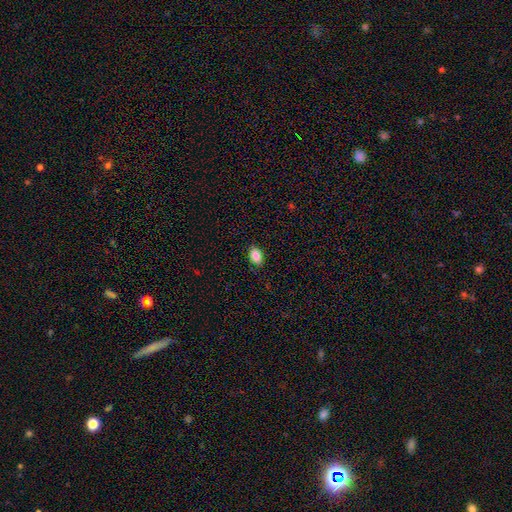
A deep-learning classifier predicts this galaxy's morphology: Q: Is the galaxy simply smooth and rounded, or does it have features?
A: smooth — 87%.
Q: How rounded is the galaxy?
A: in between — 87%.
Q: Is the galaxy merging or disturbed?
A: none — 88%.